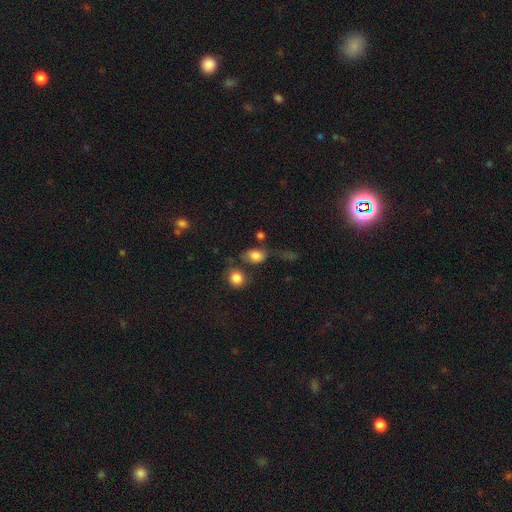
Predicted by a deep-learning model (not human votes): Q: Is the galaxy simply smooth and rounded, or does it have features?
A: smooth — 80%.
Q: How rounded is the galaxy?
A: in between — 74%.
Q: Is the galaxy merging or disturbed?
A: none — 50%.